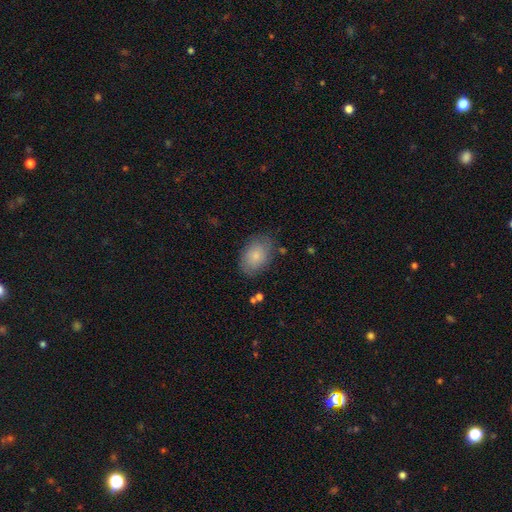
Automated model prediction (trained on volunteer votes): smooth 80%, featured or disk 13%, star or artifact 7%. Down the decision tree: how rounded — in between (86%); merging — none (78%).